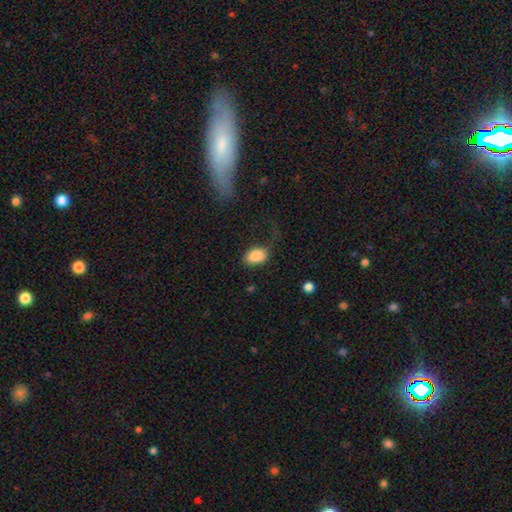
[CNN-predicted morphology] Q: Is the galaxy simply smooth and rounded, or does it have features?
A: smooth — 86%.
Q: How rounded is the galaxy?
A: in between — 84%.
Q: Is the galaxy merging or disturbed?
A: none — 57%.